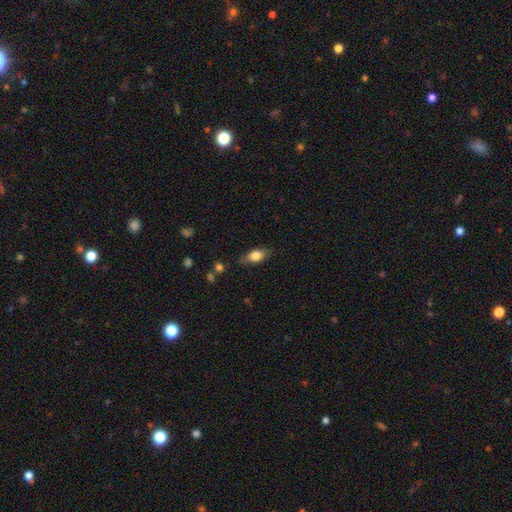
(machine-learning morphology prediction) A smooth galaxy with no disk features (73%) that is in between round and cigar-shaped (79%).

Vote fractions:
- Smooth or featured? smooth: 73% / featured or disk: 19% / star or artifact: 8%
- How rounded? in between: 79% / cigar-shaped: 13% / round: 8%
- Merging? none: 77% / minor disturbance: 17% / major disturbance: 4% / merger: 2%